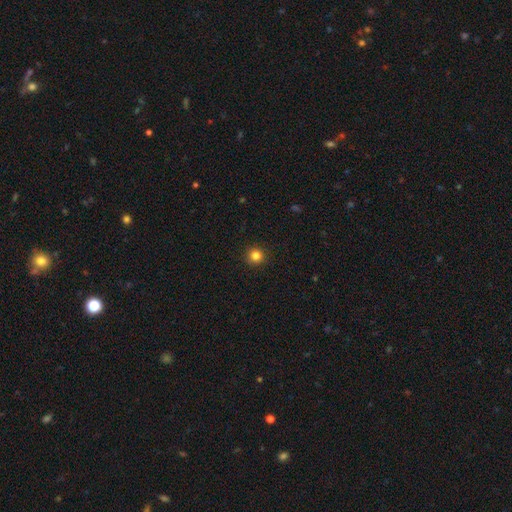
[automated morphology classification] smooth_or_featured: smooth (p=0.83) [alt: star or artifact p=0.12]
how_rounded: round (p=0.95) [alt: in between p=0.04]
merging: none (p=0.93) [alt: minor disturbance p=0.05]